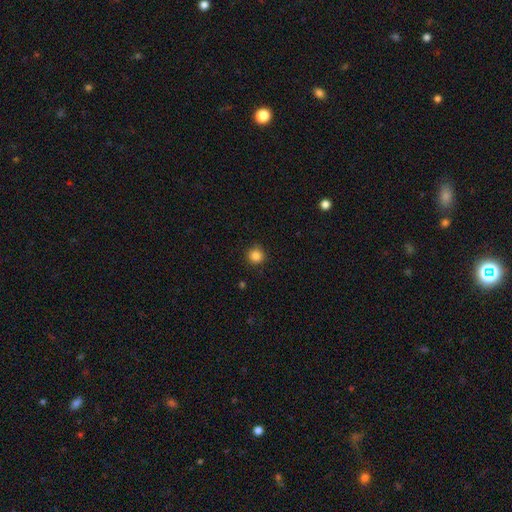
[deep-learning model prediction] smooth-or-featured: smooth: 85% | star or artifact: 11% | featured or disk: 4%
  how-rounded: round: 94% | in between: 5% | cigar-shaped: 1%
  merging: none: 89% | minor disturbance: 8% | major disturbance: 2% | merger: 1%